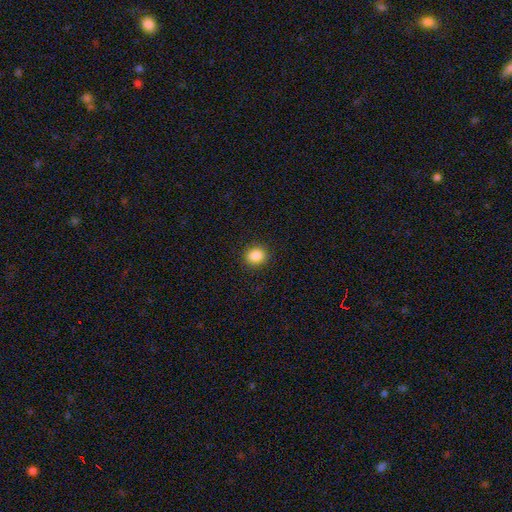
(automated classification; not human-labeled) Morphology: type=smooth (87%); roundness=round (71%); merging=none (91%).